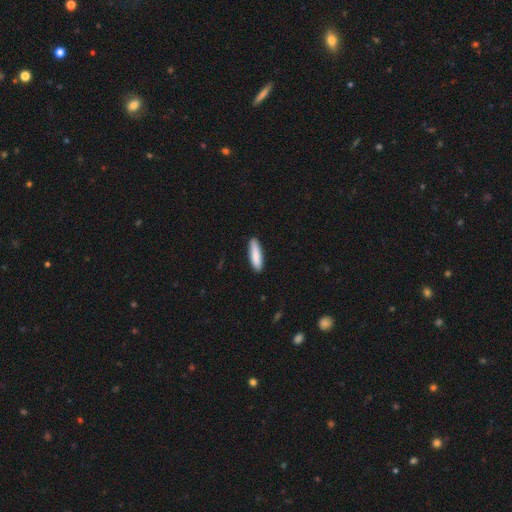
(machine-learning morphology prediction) smooth_or_featured: smooth (p=0.87) [alt: featured or disk p=0.08]
how_rounded: cigar-shaped (p=0.71) [alt: in between p=0.27]
merging: none (p=0.89) [alt: minor disturbance p=0.09]